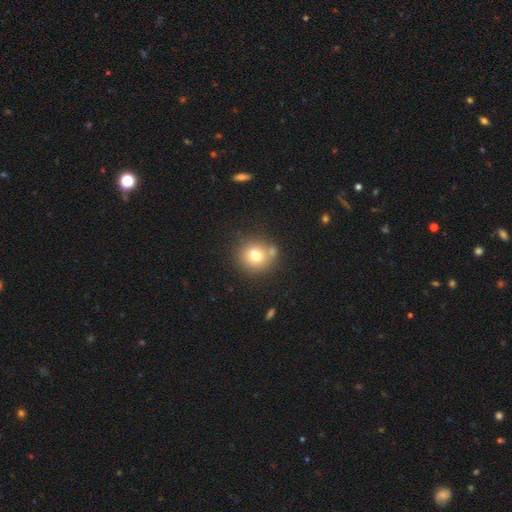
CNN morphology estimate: Smooth or featured? Predicted: smooth (p=0.72). How rounded? Predicted: round (p=0.88). Merging? Predicted: none (p=0.67).